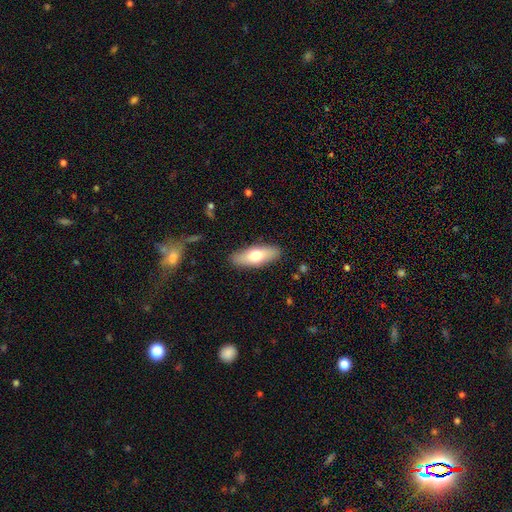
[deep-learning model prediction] A smooth galaxy with no disk features (66%) that is in between round and cigar-shaped (66%). Merging: none (88%).